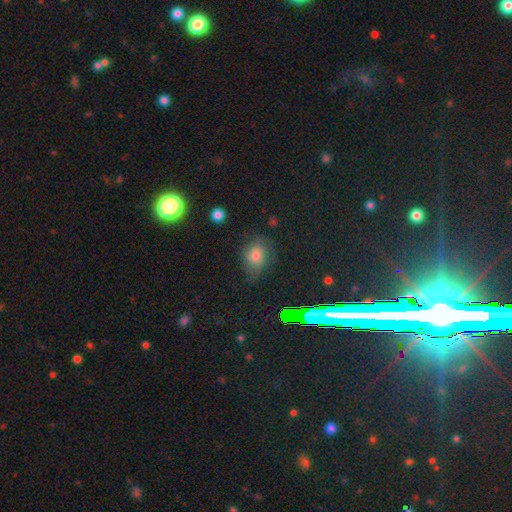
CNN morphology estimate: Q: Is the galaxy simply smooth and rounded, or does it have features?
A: smooth — 65%.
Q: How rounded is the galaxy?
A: in between — 63%.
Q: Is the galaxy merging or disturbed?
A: none — 60%.